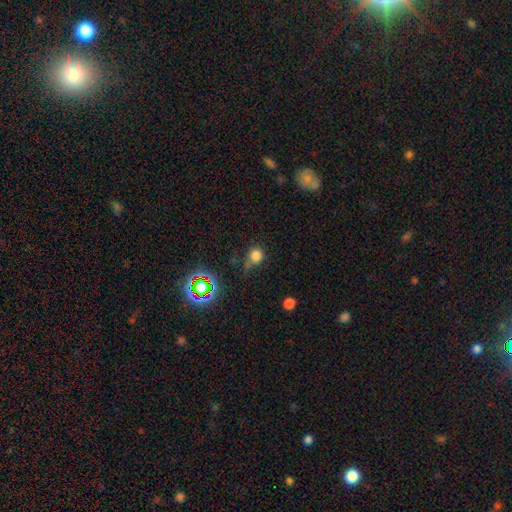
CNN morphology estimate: Smooth or featured? Predicted: smooth (p=0.75). How rounded? Predicted: round (p=0.86). Merging? Predicted: none (p=0.56).